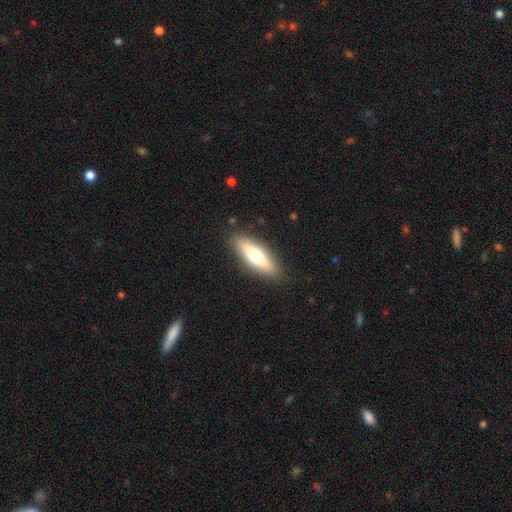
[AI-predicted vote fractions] Q: Smooth or featured?
A: smooth (54%); runner-up: featured or disk (40%)
Q: How rounded?
A: cigar-shaped (55%); runner-up: in between (43%)
Q: Merging?
A: none (87%); runner-up: minor disturbance (9%)